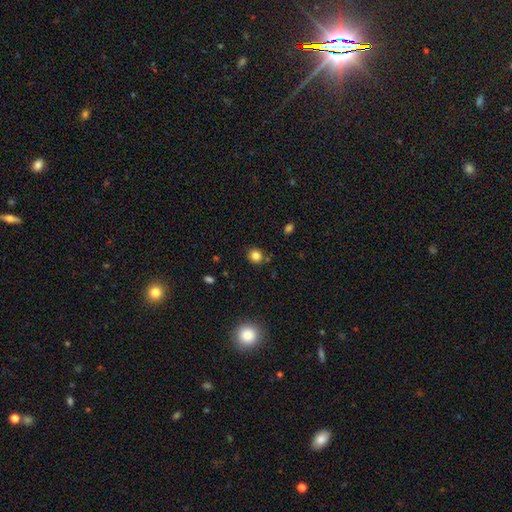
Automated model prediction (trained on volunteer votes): Smooth or featured? Predicted: smooth (p=0.82). How rounded? Predicted: round (p=0.86). Merging? Predicted: none (p=0.84).